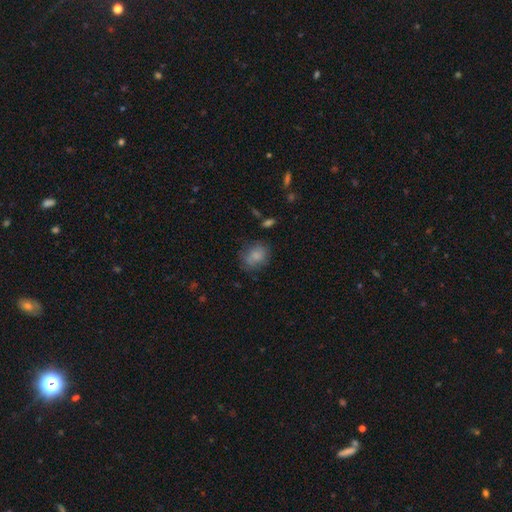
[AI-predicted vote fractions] Smooth or featured? Predicted: smooth (p=0.78). How rounded? Predicted: round (p=0.53). Merging? Predicted: none (p=0.62).